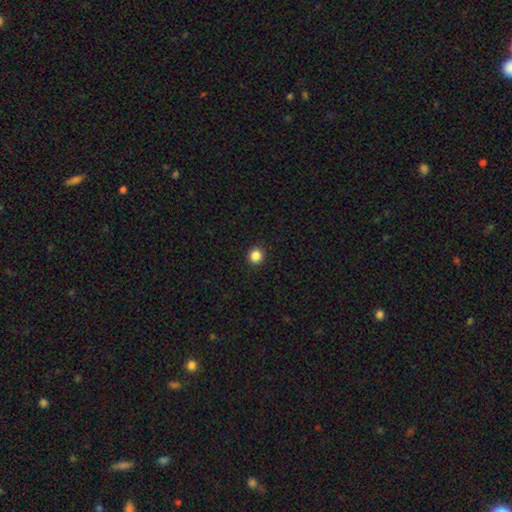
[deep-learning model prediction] smooth-or-featured: smooth: 86% | star or artifact: 11% | featured or disk: 3%
  how-rounded: round: 94% | in between: 5% | cigar-shaped: 1%
  merging: none: 94% | minor disturbance: 4% | major disturbance: 2% | merger: 1%